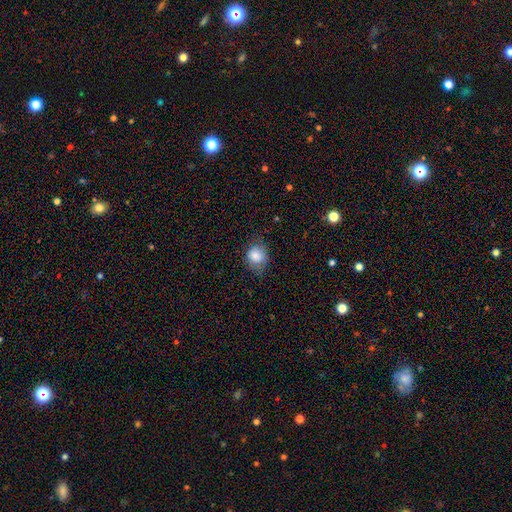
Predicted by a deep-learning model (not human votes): smooth 83%, featured or disk 9%, star or artifact 9%. Down the decision tree: how rounded — round (60%); merging — none (60%).